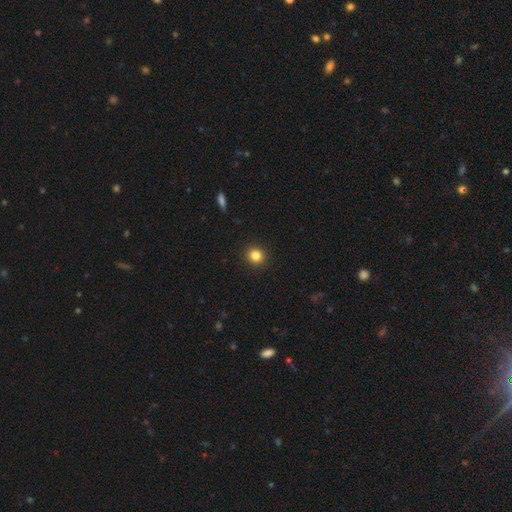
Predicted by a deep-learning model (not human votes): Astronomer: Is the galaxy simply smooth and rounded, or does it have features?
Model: smooth — 84%.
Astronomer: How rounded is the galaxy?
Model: round — 90%.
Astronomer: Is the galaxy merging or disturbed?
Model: none — 92%.